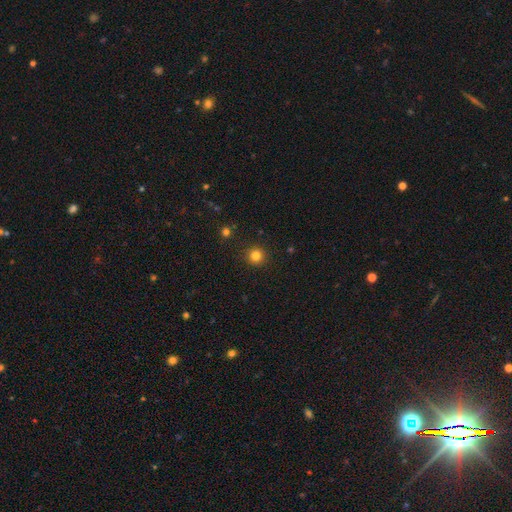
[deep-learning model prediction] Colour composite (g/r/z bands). It shows a smooth galaxy with no disk features (82%) that is round (94%). Merging: none (92%).